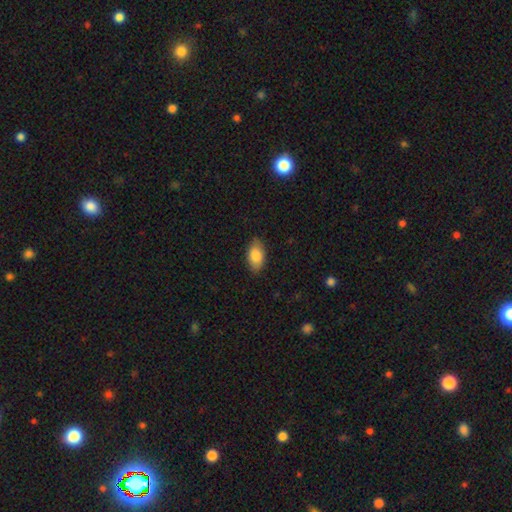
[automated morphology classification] type=smooth (83%); roundness=in between (92%); merging=none (86%).